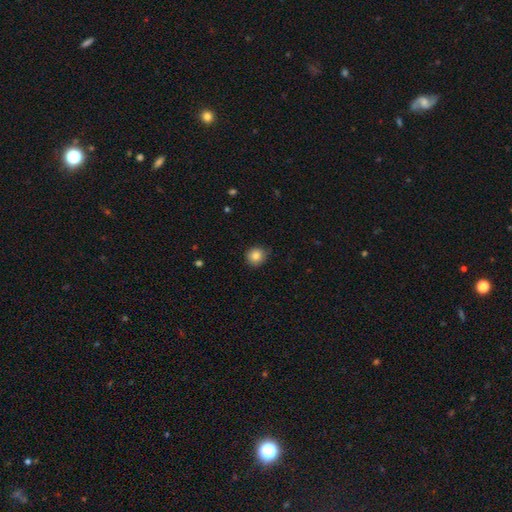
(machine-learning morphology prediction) A smooth galaxy with no disk features (84%) that is round (90%). Merging: none (84%).